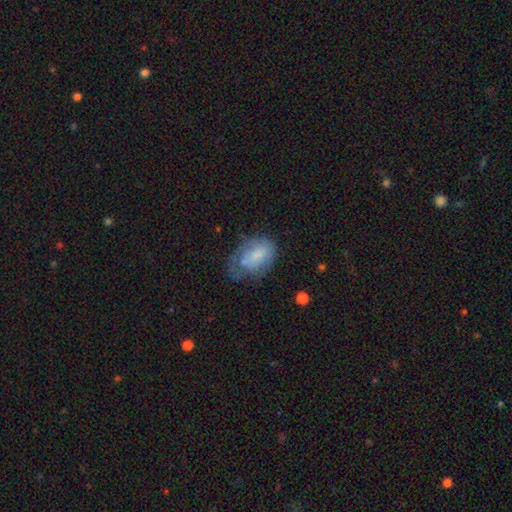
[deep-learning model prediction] A smooth galaxy with no disk features (64%) that is in between round and cigar-shaped (86%). Merging: none (35%, tied with minor disturbance).